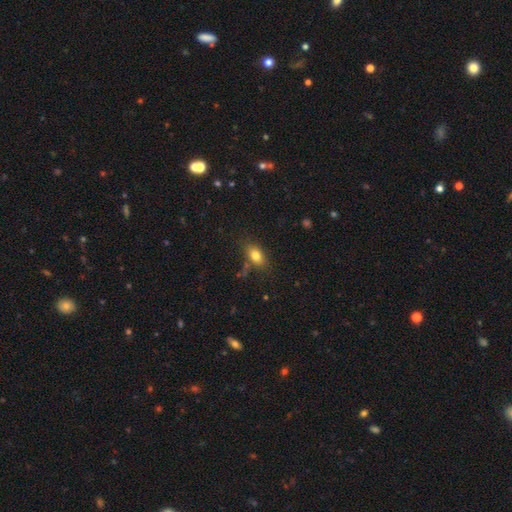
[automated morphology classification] Smooth or featured: smooth — 79% (featured or disk — 11%)
How rounded: in between — 81% (round — 14%)
Merging: none — 73% (minor disturbance — 17%)